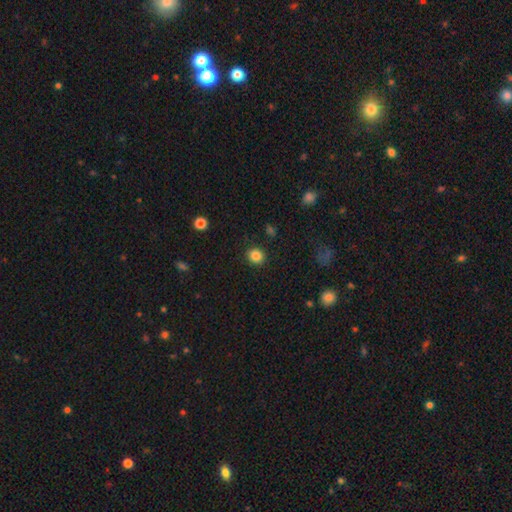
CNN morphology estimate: Overall: smooth (85%). How rounded: round (79%). Merging: none (90%).